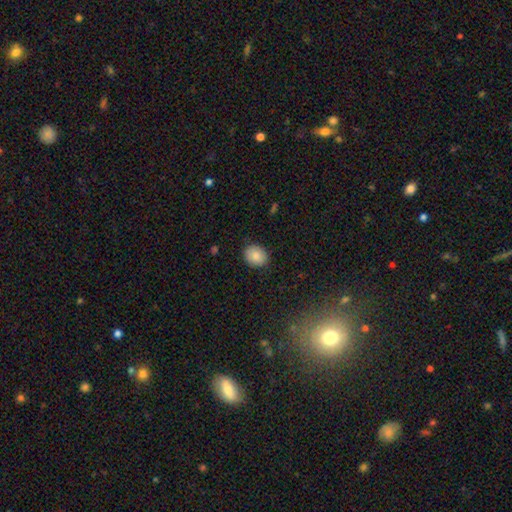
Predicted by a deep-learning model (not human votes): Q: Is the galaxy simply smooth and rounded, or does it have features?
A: smooth — 85%.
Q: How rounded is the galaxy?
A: round — 51%.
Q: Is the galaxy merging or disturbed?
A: none — 87%.